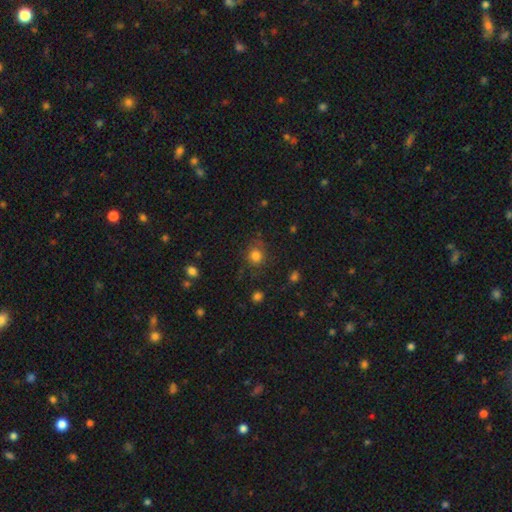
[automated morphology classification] This is likely a smooth galaxy (80%). How rounded: clearly round (81%). Merging: likely none (76%).